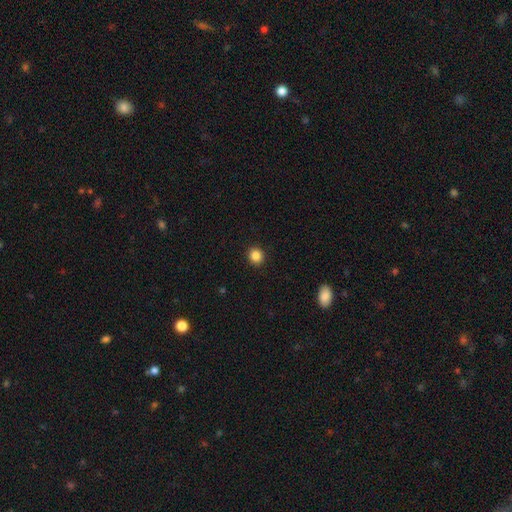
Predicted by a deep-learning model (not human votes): A smooth galaxy with no disk features (85%) that is round (89%). Merging: none (92%).